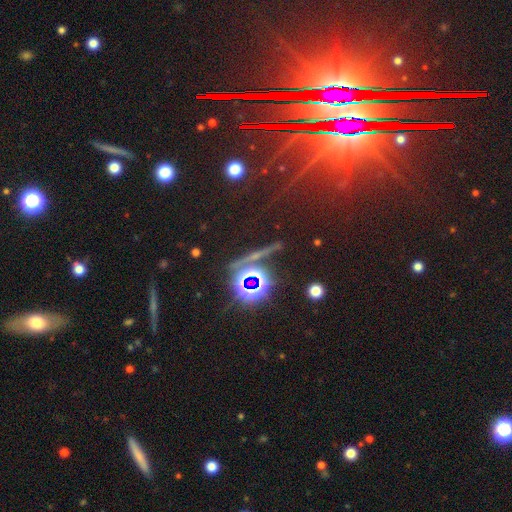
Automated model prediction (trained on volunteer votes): Q: Smooth or featured?
A: star or artifact (67%); runner-up: featured or disk (17%)